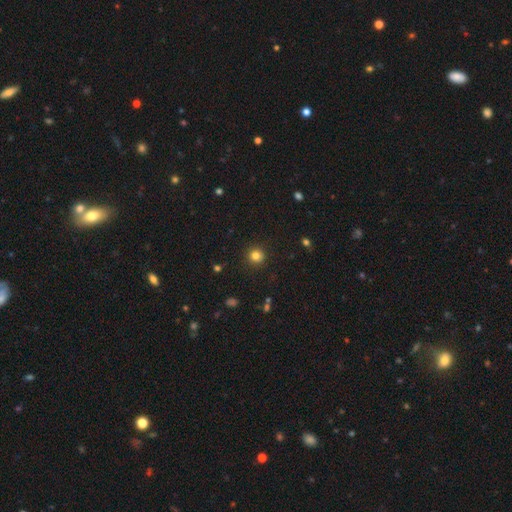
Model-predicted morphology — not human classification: A smooth galaxy with no disk features (81%) that is round (94%).

Vote fractions:
- Smooth or featured? smooth: 81% / star or artifact: 13% / featured or disk: 6%
- How rounded? round: 94% / in between: 5% / cigar-shaped: 1%
- Merging? none: 91% / minor disturbance: 6% / major disturbance: 2% / merger: 1%